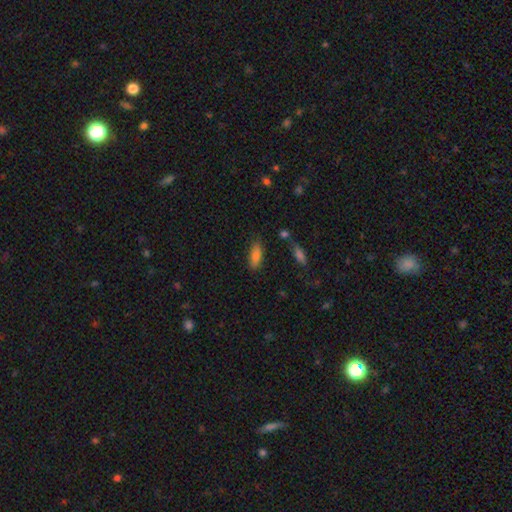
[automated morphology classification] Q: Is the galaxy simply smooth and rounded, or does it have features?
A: smooth — 81%.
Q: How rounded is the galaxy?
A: in between — 72%.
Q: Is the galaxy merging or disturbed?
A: none — 79%.